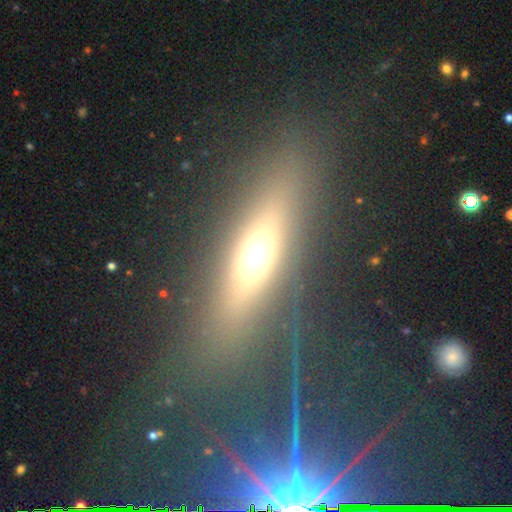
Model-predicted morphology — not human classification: smooth 50%, featured or disk 36%, star or artifact 13%. Down the decision tree: how rounded — in between (52%); merging — none (76%).